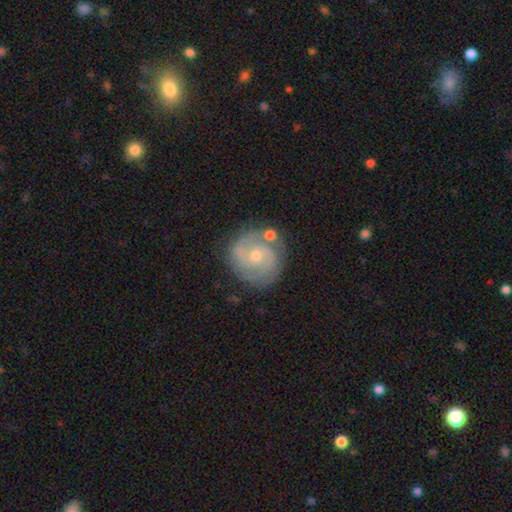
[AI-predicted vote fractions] The model was most divided on "bulge size": small: 57%, moderate: 40%, large: 1%, none: 1%, dominant: 1%. More confident: edge-on disk — no (98%); spiral arms — yes (94%); smooth or featured — featured or disk (82%); merging — none (74%); spiral arm count — 2 (65%); bar — no (64%); spiral winding — tight (56%).